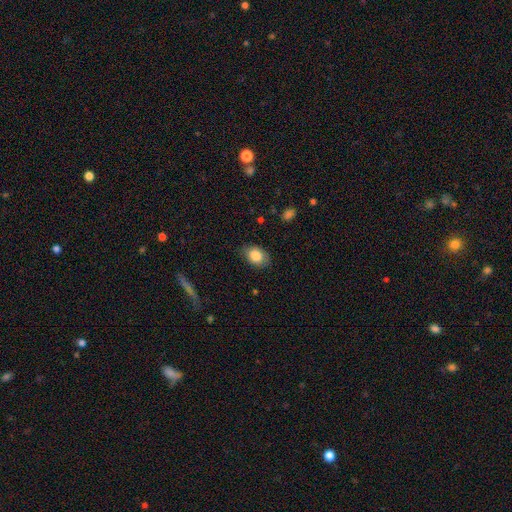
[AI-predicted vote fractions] Smooth or featured? smooth (84%)
How rounded? in between (79%)
Merging? none (81%)